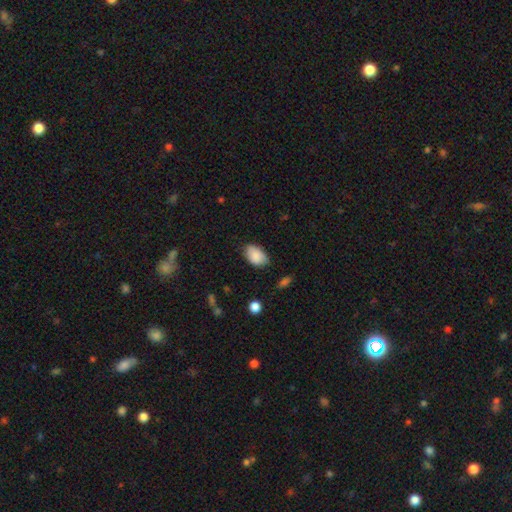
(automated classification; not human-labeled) A smooth galaxy with no disk features (87%) that is in between round and cigar-shaped (89%).

Vote fractions:
- Smooth or featured? smooth: 87% / star or artifact: 7% / featured or disk: 6%
- How rounded? in between: 89% / round: 10% / cigar-shaped: 1%
- Merging? none: 74% / minor disturbance: 20% / major disturbance: 4% / merger: 2%